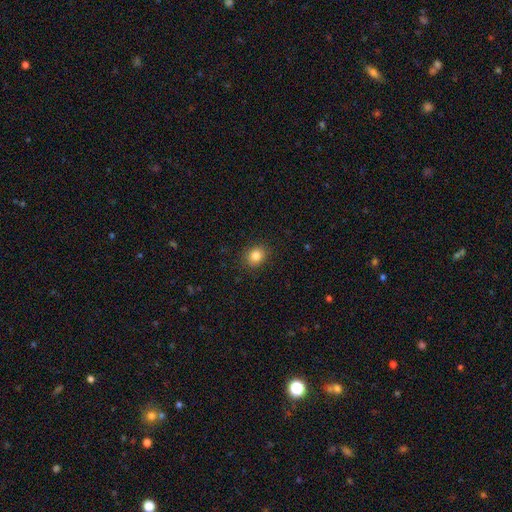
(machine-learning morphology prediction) Smooth or featured? Predicted: smooth (p=0.84). How rounded? Predicted: round (p=0.60). Merging? Predicted: none (p=0.89).